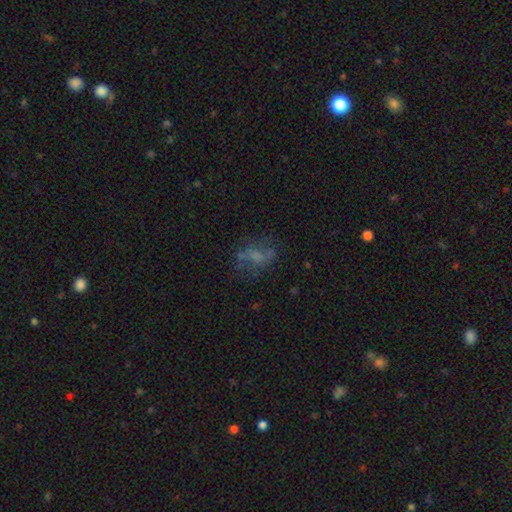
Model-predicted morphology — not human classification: featured or disk 45%, smooth 36%, star or artifact 19%. Down the decision tree: merging — none (54%).